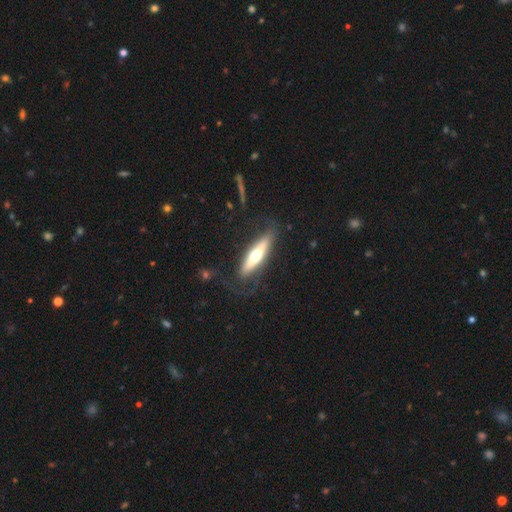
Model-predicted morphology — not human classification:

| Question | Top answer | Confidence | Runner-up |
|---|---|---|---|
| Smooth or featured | featured or disk | 55% | smooth (40%) |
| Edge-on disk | yes | 72% | no (28%) |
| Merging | none | 66% | minor disturbance (17%) |